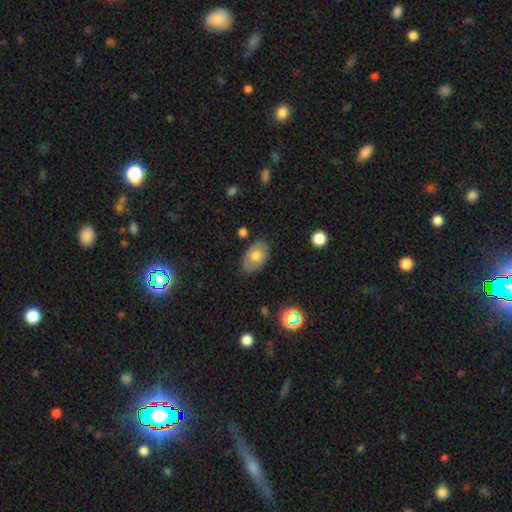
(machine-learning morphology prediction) Overall: smooth (68%). How rounded: in between (87%). Merging: none (76%).